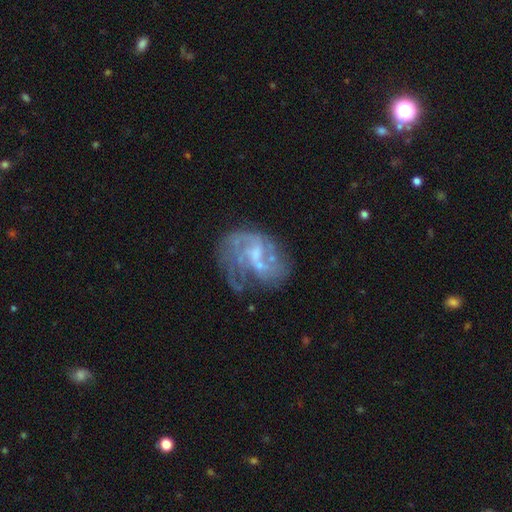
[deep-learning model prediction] smooth-or-featured: featured or disk: 75% | smooth: 15% | star or artifact: 10%
  disk-edge-on: no: 98% | yes: 2%
    bar: no: 51% | weak: 41% | strong: 8%
    has-spiral-arms: yes: 67% | no: 33%
    bulge-size: small: 41% | none: 30% | moderate: 25% | large: 2% | dominant: 1%
  merging: none: 39% | major disturbance: 30% | minor disturbance: 19% | merger: 12%